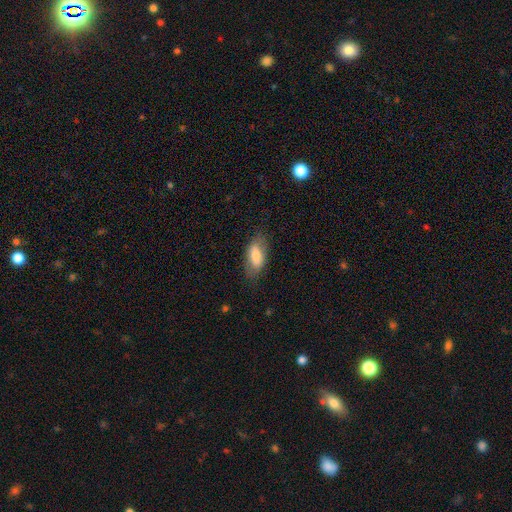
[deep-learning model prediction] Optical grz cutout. It shows a smooth galaxy with no disk features (73%) that is in between round and cigar-shaped (84%). Merging: none (75%).